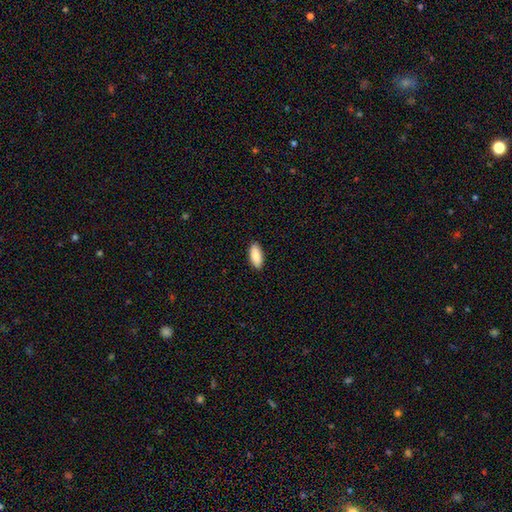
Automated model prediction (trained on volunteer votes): This is clearly a smooth galaxy (87%). How rounded: clearly in between (85%). Merging: clearly none (90%).